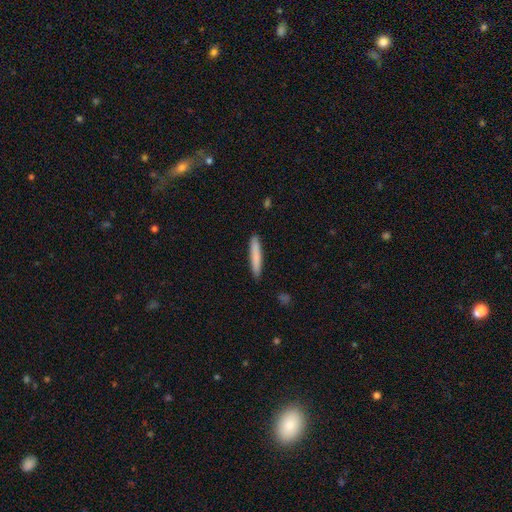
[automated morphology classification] Smooth or featured: smooth — 80% (featured or disk — 15%)
How rounded: cigar-shaped — 94% (in between — 5%)
Merging: none — 90% (minor disturbance — 7%)